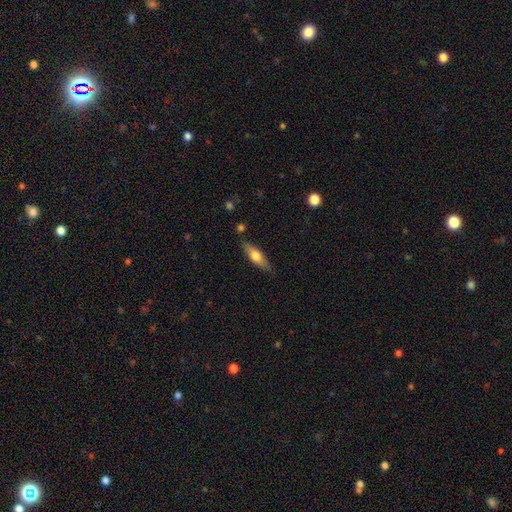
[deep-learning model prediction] This is possibly a smooth galaxy (53%). How rounded: possibly cigar-shaped (54%). Merging: clearly none (83%).